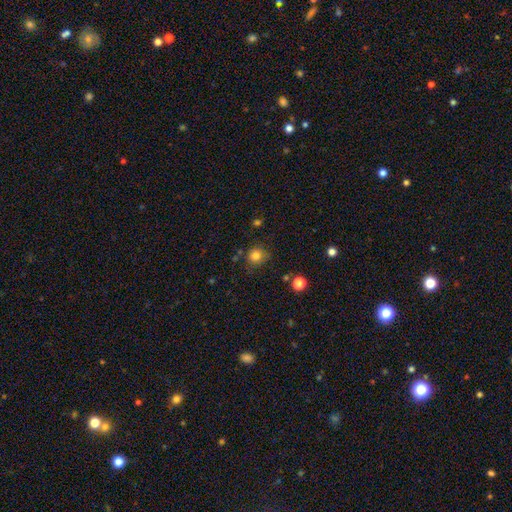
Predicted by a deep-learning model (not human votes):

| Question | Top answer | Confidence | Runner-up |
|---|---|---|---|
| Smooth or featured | smooth | 82% | star or artifact (13%) |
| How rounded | round | 87% | in between (12%) |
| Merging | none | 76% | minor disturbance (16%) |